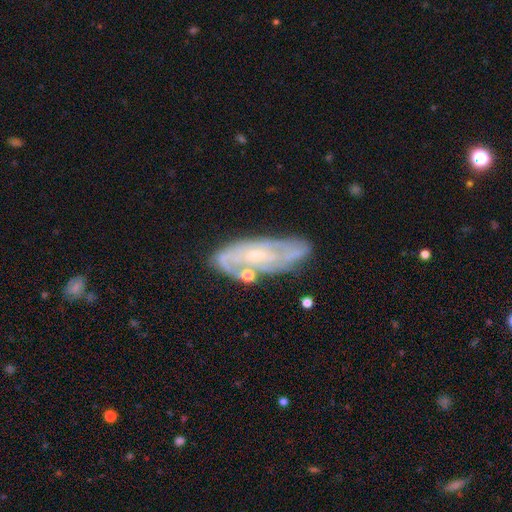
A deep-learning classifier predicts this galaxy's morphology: smooth-or-featured: featured or disk: 75% | smooth: 18% | star or artifact: 7%
  disk-edge-on: no: 87% | yes: 13%
    bar: no: 60% | weak: 31% | strong: 9%
    has-spiral-arms: yes: 79% | no: 21%
      spiral-winding: tight: 55% | medium: 33% | loose: 12%
      spiral-arm-count: can't tell: 46% | 2: 32% | 3: 10% | 4: 4% | 1: 4% | more than 4: 3%
    bulge-size: small: 71% | moderate: 23% | none: 4% | large: 1% | dominant: 1%
  merging: none: 67% | minor disturbance: 20% | merger: 7% | major disturbance: 6%